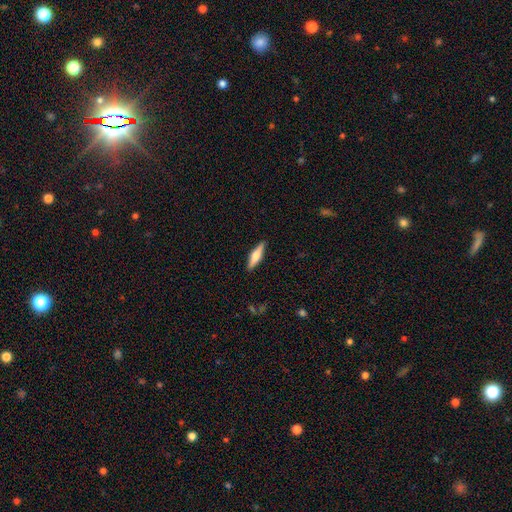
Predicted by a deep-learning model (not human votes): Morphology: type=smooth (48%); merging=none (89%).